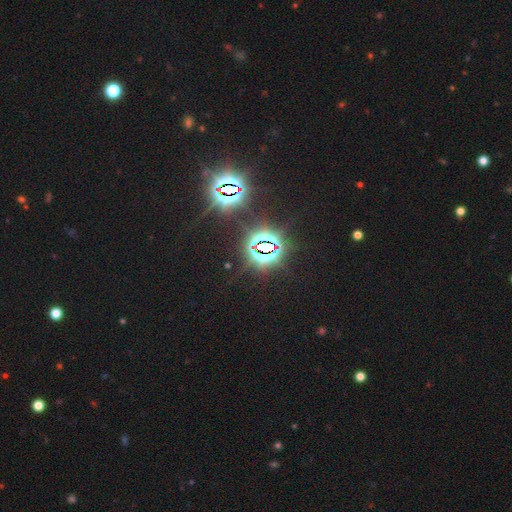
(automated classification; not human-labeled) Morphology: type=star or artifact (84%).